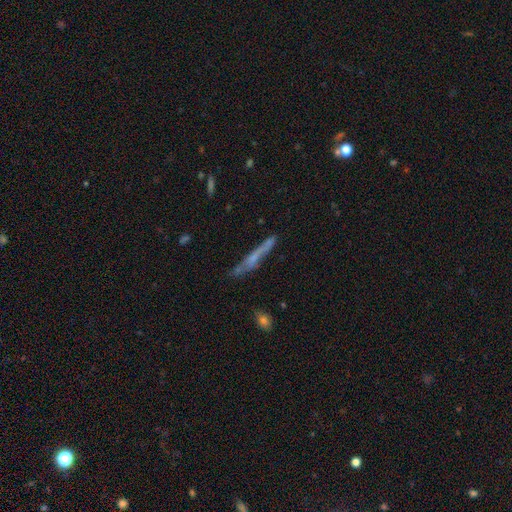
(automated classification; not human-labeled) Smooth or featured?
  - featured or disk: 51% *
  - smooth: 37%
  - star or artifact: 11%
Edge-on disk?
  - yes: 85% *
  - no: 15%
Merging?
  - none: 71% *
  - minor disturbance: 19%
  - major disturbance: 6%
  - merger: 4%